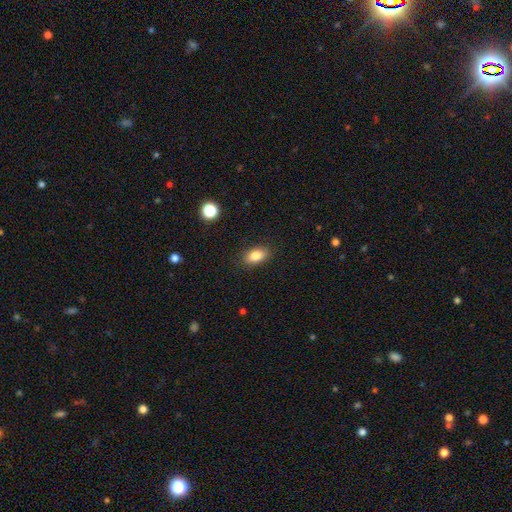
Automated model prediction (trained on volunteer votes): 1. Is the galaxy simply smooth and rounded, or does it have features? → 84% smooth, 9% star or artifact, 7% featured or disk.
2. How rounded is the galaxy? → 88% in between, 8% round, 3% cigar-shaped.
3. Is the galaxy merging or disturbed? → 87% none, 9% minor disturbance, 2% major disturbance, 1% merger.